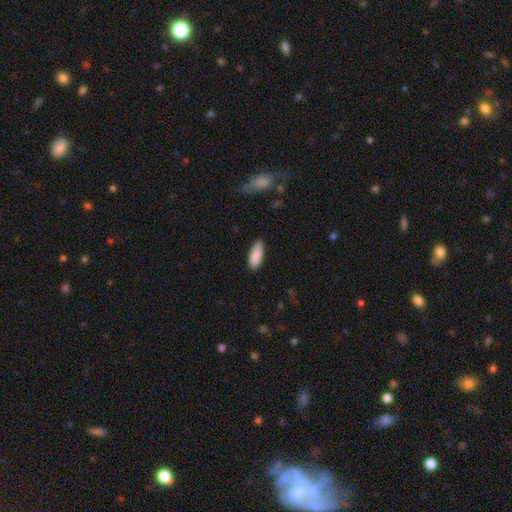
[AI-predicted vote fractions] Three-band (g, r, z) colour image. It shows a smooth galaxy with no disk features (88%) that is in between round and cigar-shaped (73%). Merging: none (84%).